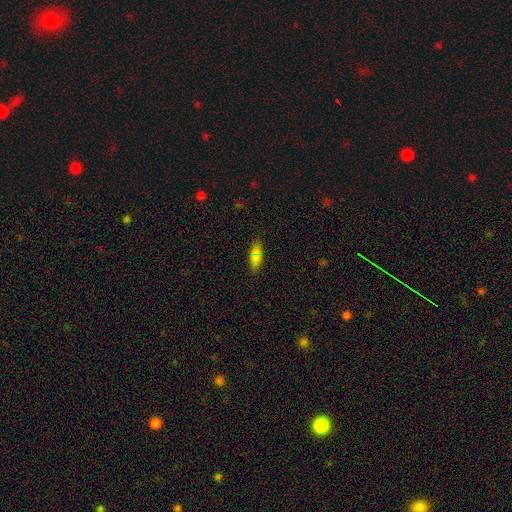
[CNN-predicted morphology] Q: Smooth or featured?
A: smooth (76%); runner-up: star or artifact (14%)
Q: How rounded?
A: in between (73%); runner-up: cigar-shaped (24%)
Q: Merging?
A: none (83%); runner-up: minor disturbance (12%)